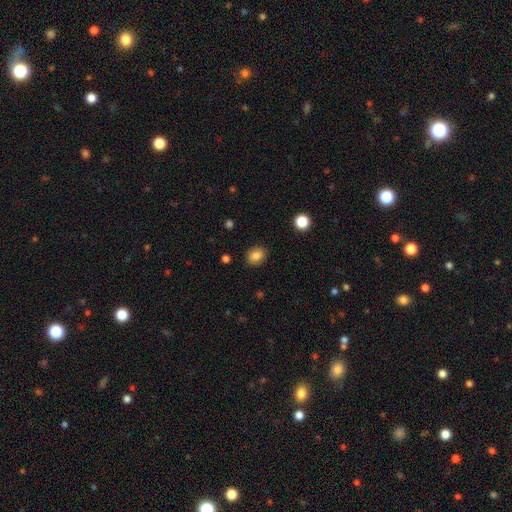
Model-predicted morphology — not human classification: Q: Smooth or featured?
A: smooth (83%); runner-up: star or artifact (10%)
Q: How rounded?
A: round (56%); runner-up: in between (43%)
Q: Merging?
A: none (87%); runner-up: minor disturbance (9%)